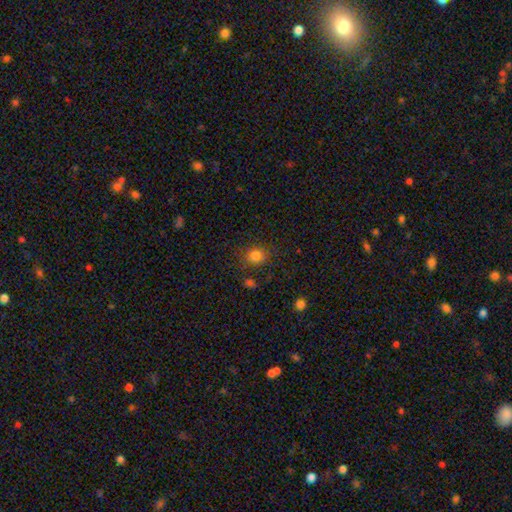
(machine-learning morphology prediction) smooth 81%, star or artifact 13%, featured or disk 6%. Down the decision tree: how rounded — round (71%); merging — none (81%).